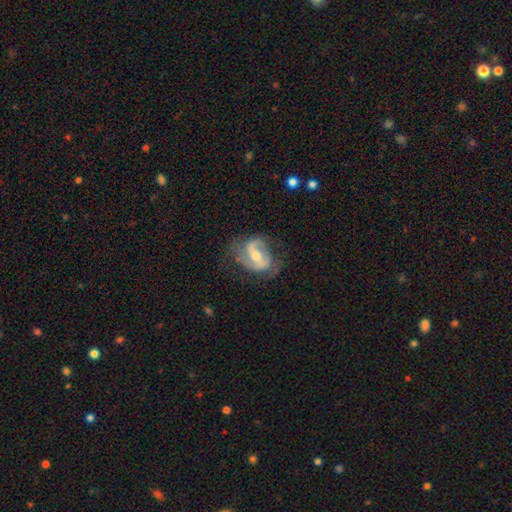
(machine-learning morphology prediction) A featured or disk galaxy (82%) with a strong bar (42%), 2 (78%) medium (48%) spiral arms (89%) and a moderate central bulge (58%).

Vote fractions:
- Smooth or featured? featured or disk: 82% / smooth: 12% / star or artifact: 6%
- Edge-on disk? no: 97% / yes: 3%
- Bar? strong: 42% / weak: 41% / no: 17%
- Spiral arms? yes: 89% / no: 11%
- Spiral winding? medium: 48% / loose: 30% / tight: 22%
- Spiral arm count? 2: 78% / can't tell: 10% / 1: 7% / 3: 4% / 4: 1% / more than 4: 1%
- Bulge size? moderate: 58% / small: 37% / large: 3% / none: 2% / dominant: 1%
- Merging? none: 60% / minor disturbance: 23% / major disturbance: 15% / merger: 2%